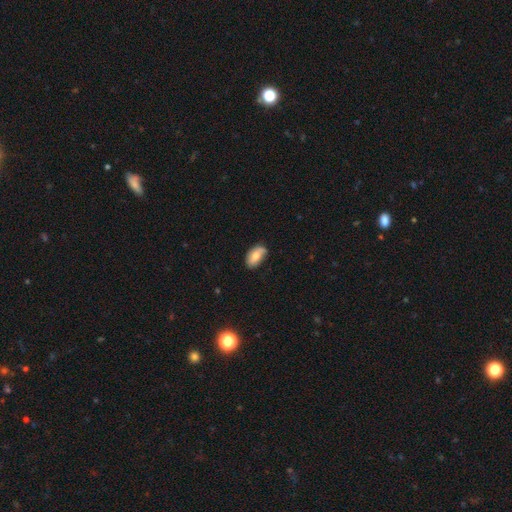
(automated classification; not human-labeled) Smooth or featured? Predicted: smooth (p=0.69). How rounded? Predicted: in between (p=0.93). Merging? Predicted: none (p=0.67).